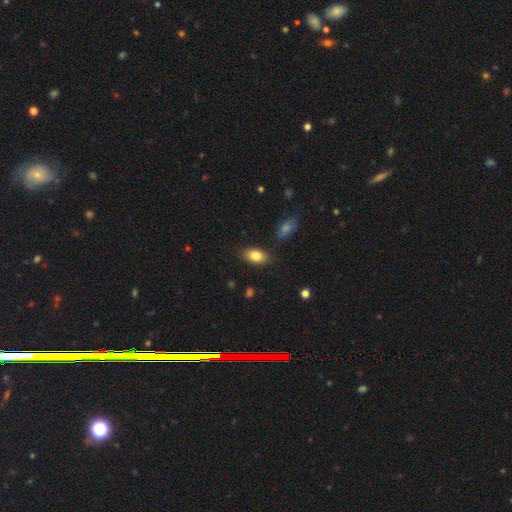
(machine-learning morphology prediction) smooth-or-featured: smooth: 83% | featured or disk: 9% | star or artifact: 8%
  how-rounded: in between: 89% | round: 9% | cigar-shaped: 2%
  merging: none: 85% | minor disturbance: 10% | major disturbance: 3% | merger: 2%